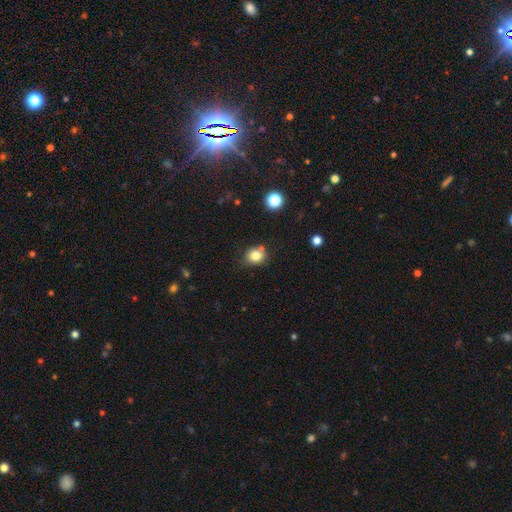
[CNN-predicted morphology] Smooth or featured?
  - smooth: 80% *
  - star or artifact: 12%
  - featured or disk: 8%
How rounded?
  - round: 67% *
  - in between: 32%
  - cigar-shaped: 1%
Merging?
  - none: 67% *
  - minor disturbance: 19%
  - merger: 10%
  - major disturbance: 4%